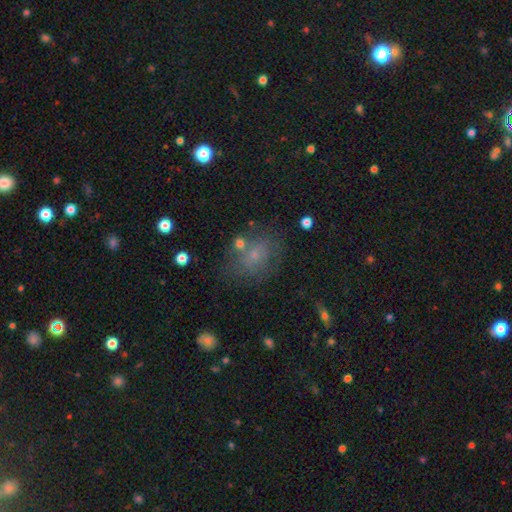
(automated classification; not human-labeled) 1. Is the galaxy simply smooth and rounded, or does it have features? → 55% smooth, 25% featured or disk, 20% star or artifact.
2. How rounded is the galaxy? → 53% in between, 45% round, 2% cigar-shaped.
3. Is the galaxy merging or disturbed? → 61% none, 20% minor disturbance, 12% major disturbance, 8% merger.